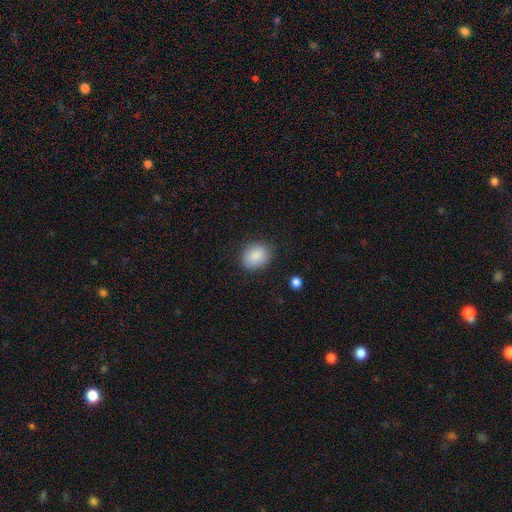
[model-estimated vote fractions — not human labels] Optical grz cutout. It shows a smooth galaxy with no disk features (88%) that is in between round and cigar-shaped (55%). Merging: none (83%).